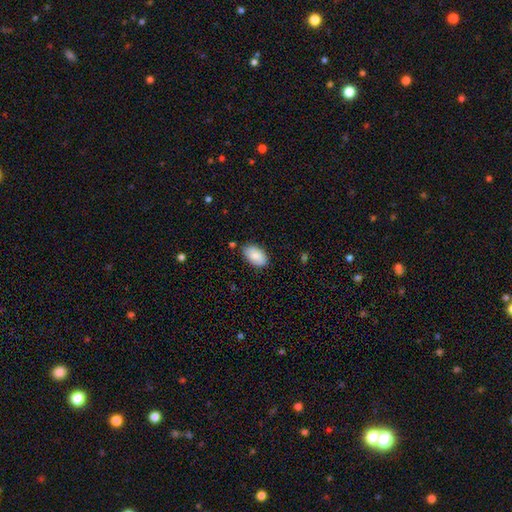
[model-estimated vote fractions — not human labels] A smooth galaxy with no disk features (86%) that is in between round and cigar-shaped (94%).

Vote fractions:
- Smooth or featured? smooth: 86% / featured or disk: 8% / star or artifact: 6%
- How rounded? in between: 94% / round: 5% / cigar-shaped: 1%
- Merging? none: 82% / minor disturbance: 14% / major disturbance: 3% / merger: 2%